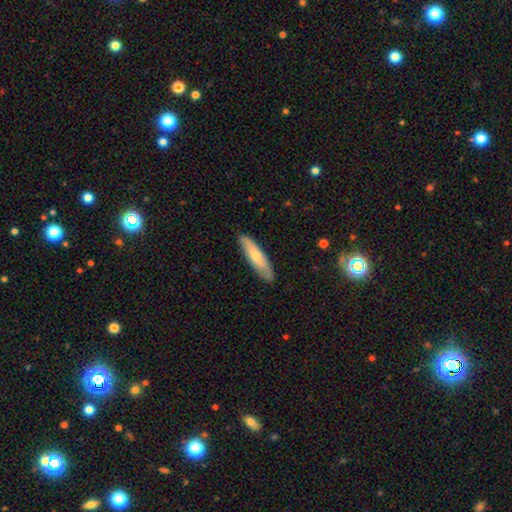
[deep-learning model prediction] Overall: smooth (66%; featured or disk 29%). How rounded: cigar-shaped (70%). Merging: none (85%).